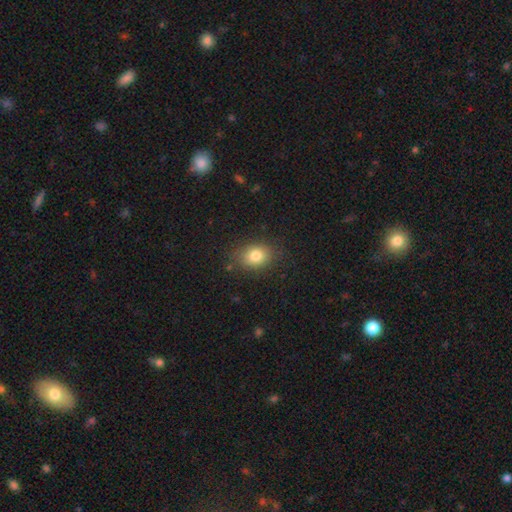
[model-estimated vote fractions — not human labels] Q: Smooth or featured?
A: smooth (81%); runner-up: star or artifact (10%)
Q: How rounded?
A: in between (61%); runner-up: round (38%)
Q: Merging?
A: none (81%); runner-up: minor disturbance (13%)